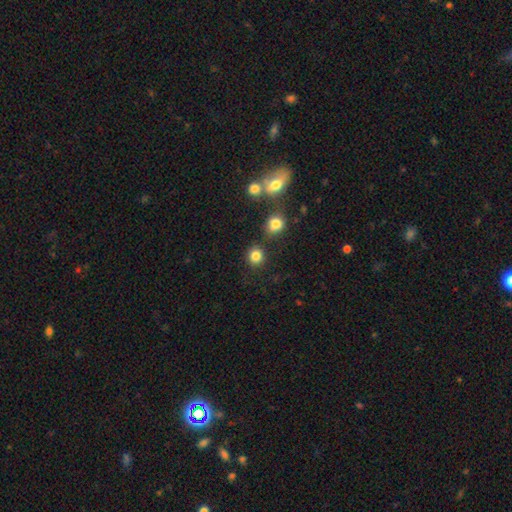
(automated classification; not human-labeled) smooth_or_featured: smooth (p=0.83) [alt: star or artifact p=0.12]
how_rounded: round (p=0.86) [alt: in between p=0.13]
merging: none (p=0.79) [alt: minor disturbance p=0.09]